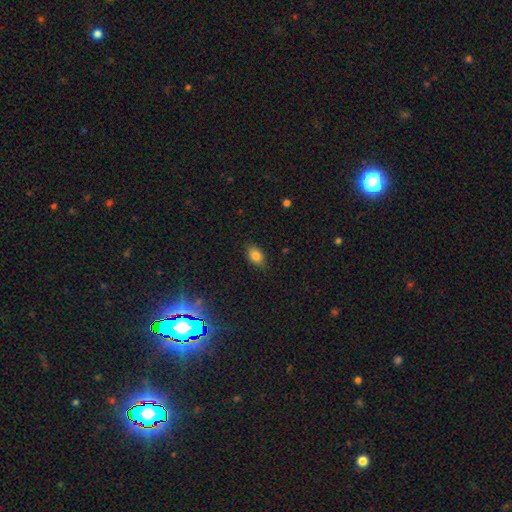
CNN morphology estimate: Smooth or featured? smooth (82%)
How rounded? in between (82%)
Merging? none (79%)